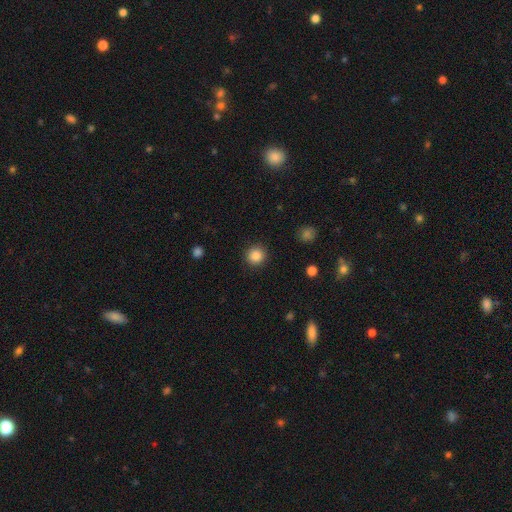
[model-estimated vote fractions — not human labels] Morphology: type=smooth (86%); roundness=round (94%); merging=none (91%).